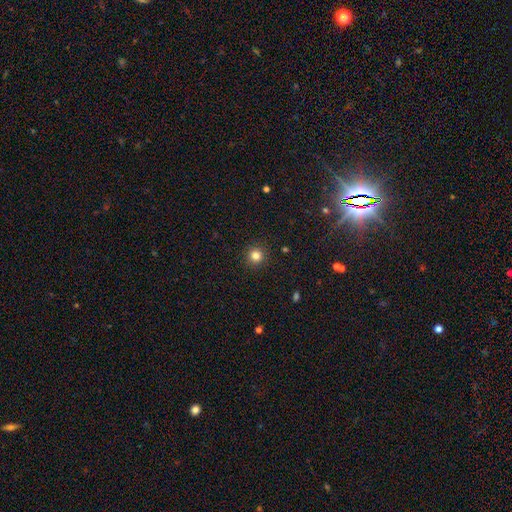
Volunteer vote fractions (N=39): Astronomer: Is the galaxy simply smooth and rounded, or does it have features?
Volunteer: smooth — 90%.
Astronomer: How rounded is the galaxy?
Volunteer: round — 97%.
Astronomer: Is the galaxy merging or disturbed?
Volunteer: none — 95%.